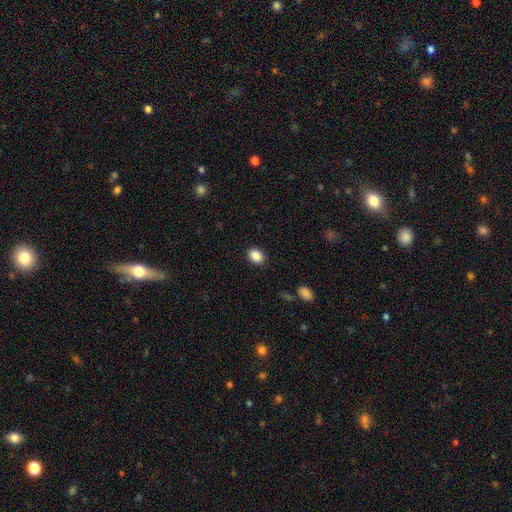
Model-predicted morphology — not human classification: smooth_or_featured: smooth (p=0.88) [alt: star or artifact p=0.09]
how_rounded: in between (p=0.68) [alt: round p=0.31]
merging: none (p=0.89) [alt: minor disturbance p=0.08]